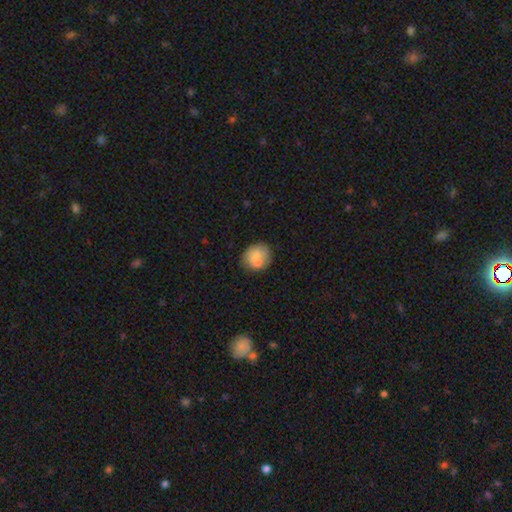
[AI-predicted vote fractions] A smooth galaxy with no disk features (76%) that is round (73%).

Vote fractions:
- Smooth or featured? smooth: 76% / featured or disk: 16% / star or artifact: 8%
- How rounded? round: 73% / in between: 26% / cigar-shaped: 1%
- Merging? none: 59% / minor disturbance: 20% / merger: 15% / major disturbance: 6%